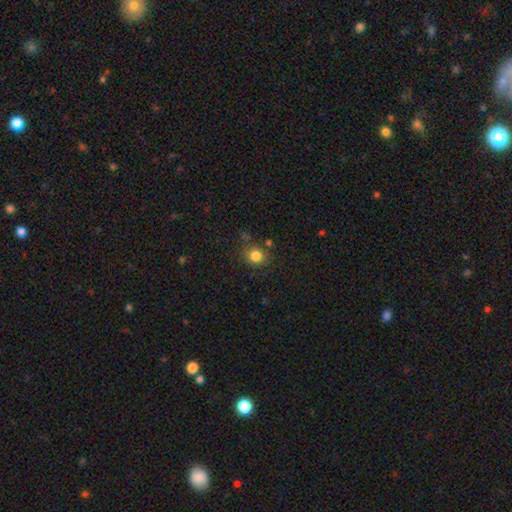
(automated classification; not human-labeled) This is clearly a smooth galaxy (83%). How rounded: likely round (79%). Merging: likely none (76%).